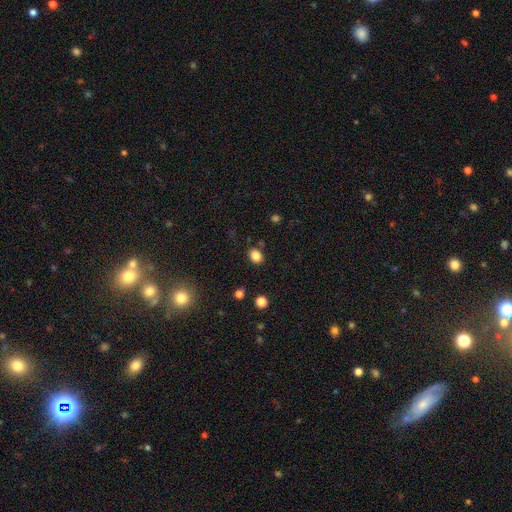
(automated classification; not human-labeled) smooth-or-featured: smooth: 84% | star or artifact: 11% | featured or disk: 5%
  how-rounded: in between: 55% | round: 44% | cigar-shaped: 1%
  merging: none: 83% | minor disturbance: 11% | major disturbance: 3% | merger: 3%